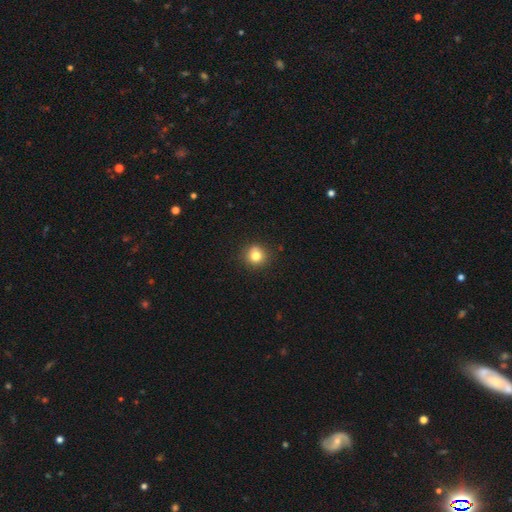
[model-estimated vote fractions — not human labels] Q: Smooth or featured?
A: smooth (80%); runner-up: star or artifact (12%)
Q: How rounded?
A: round (91%); runner-up: in between (8%)
Q: Merging?
A: none (85%); runner-up: minor disturbance (10%)